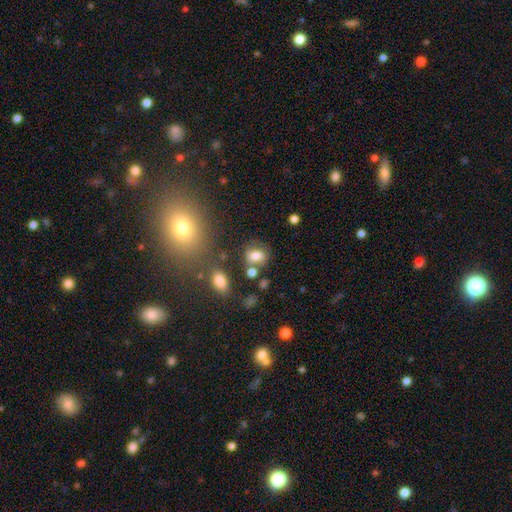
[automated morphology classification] This appears to be a smooth galaxy with no disk features (72%) that is in between round and cigar-shaped (59%). Merging: none (60%).